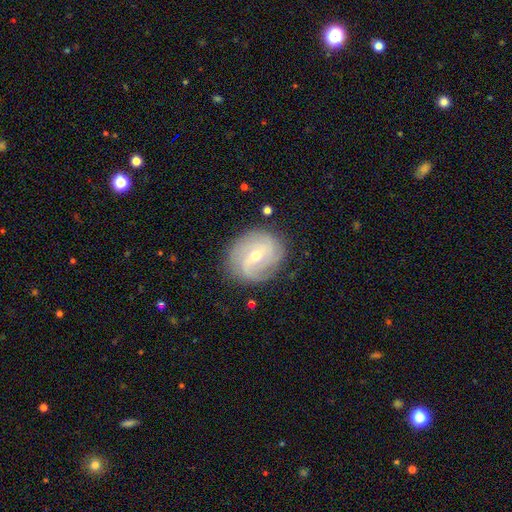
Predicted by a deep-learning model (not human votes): The model was most divided on "bulge size": small: 52%, moderate: 45%, large: 1%, none: 1%, dominant: 1%. Remaining: edge-on disk — no (97%); spiral arms — yes (93%); smooth or featured — featured or disk (81%); merging — none (80%); bar — weak (53%); spiral winding — tight (47%); spiral arm count — 2 (38%).